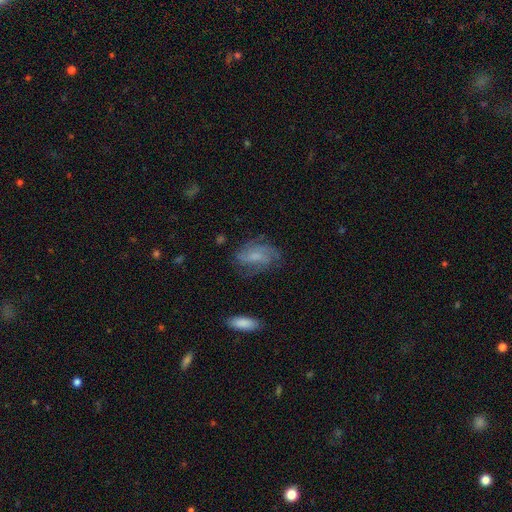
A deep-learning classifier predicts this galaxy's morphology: smooth_or_featured: featured or disk (p=0.60) [alt: smooth p=0.31]
disk_edge_on: no (p=0.96) [alt: yes p=0.04]
bar: no (p=0.53) [alt: weak p=0.39]
has_spiral_arms: yes (p=0.86) [alt: no p=0.14]
bulge_size: small (p=0.40) [alt: moderate p=0.28]
merging: none (p=0.62) [alt: minor disturbance p=0.22]